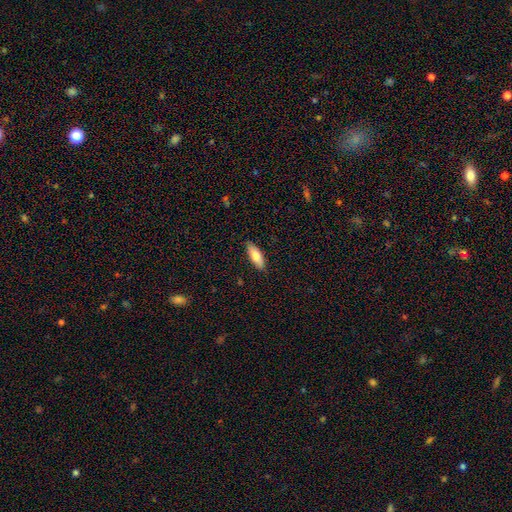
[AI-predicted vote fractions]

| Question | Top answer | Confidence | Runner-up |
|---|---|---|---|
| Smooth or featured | smooth | 77% | featured or disk (17%) |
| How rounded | in between | 69% | cigar-shaped (29%) |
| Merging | none | 88% | minor disturbance (9%) |